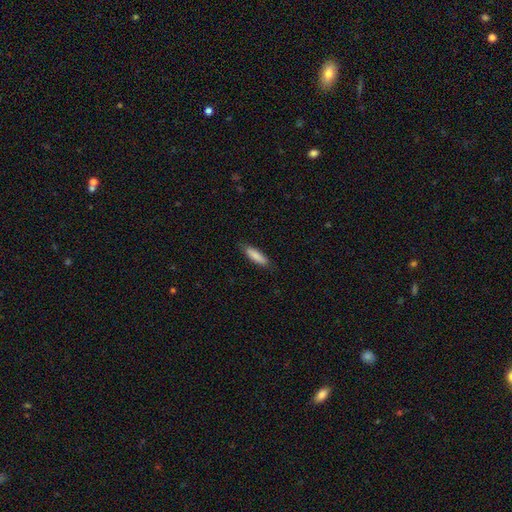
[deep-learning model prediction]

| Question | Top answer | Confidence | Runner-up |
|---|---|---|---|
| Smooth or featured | smooth | 86% | featured or disk (9%) |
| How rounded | cigar-shaped | 59% | in between (39%) |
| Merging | none | 85% | minor disturbance (12%) |